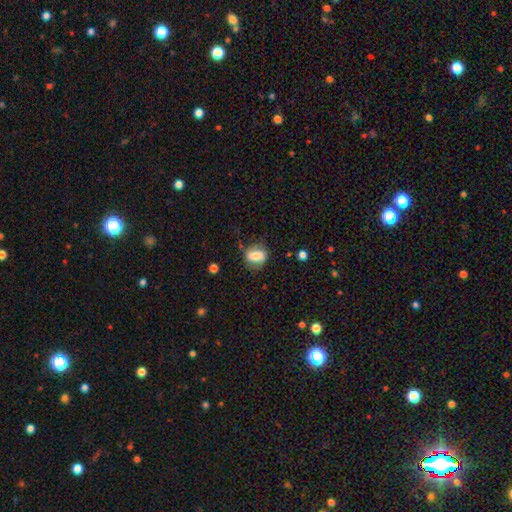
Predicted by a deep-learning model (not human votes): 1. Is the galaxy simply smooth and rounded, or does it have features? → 66% smooth, 25% featured or disk, 8% star or artifact.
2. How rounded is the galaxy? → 61% in between, 36% round, 3% cigar-shaped.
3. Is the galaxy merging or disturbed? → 67% none, 22% minor disturbance, 8% major disturbance, 2% merger.